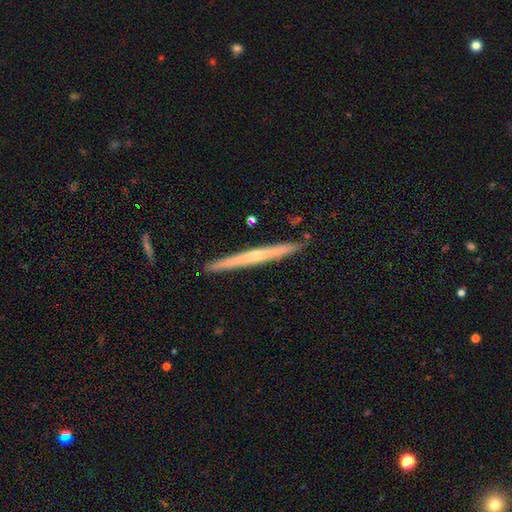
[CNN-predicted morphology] smooth_or_featured: featured or disk (p=0.63) [alt: smooth p=0.31]
disk_edge_on: yes (p=0.97) [alt: no p=0.03]
edge_on_bulge: none (p=0.53) [alt: rounded p=0.44]
merging: none (p=0.90) [alt: minor disturbance p=0.07]